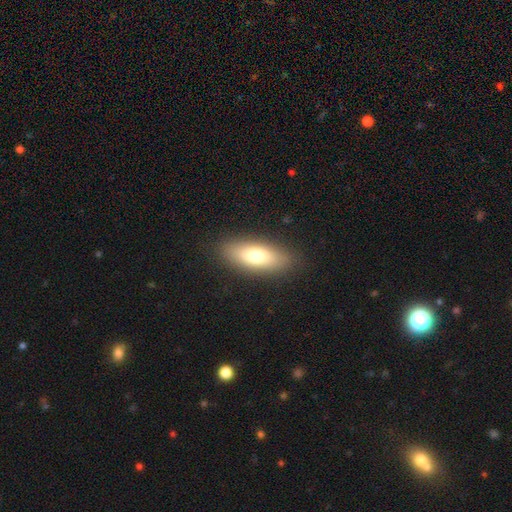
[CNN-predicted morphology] Q: Smooth or featured?
A: smooth (73%); runner-up: featured or disk (20%)
Q: How rounded?
A: in between (70%); runner-up: cigar-shaped (27%)
Q: Merging?
A: none (88%); runner-up: minor disturbance (9%)